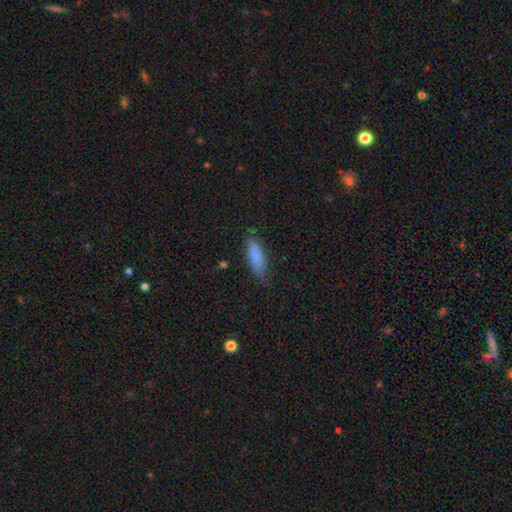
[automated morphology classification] This is likely a smooth galaxy (78%). How rounded: possibly in between (54%). Merging: likely none (78%).